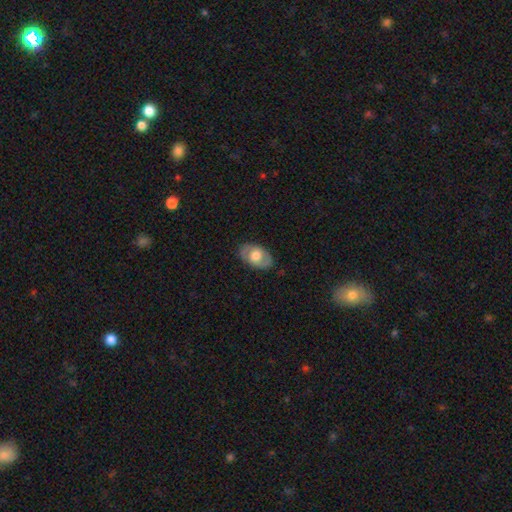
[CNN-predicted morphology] Smooth or featured: featured or disk — 48% (smooth — 46%)
Merging: none — 82% (minor disturbance — 14%)